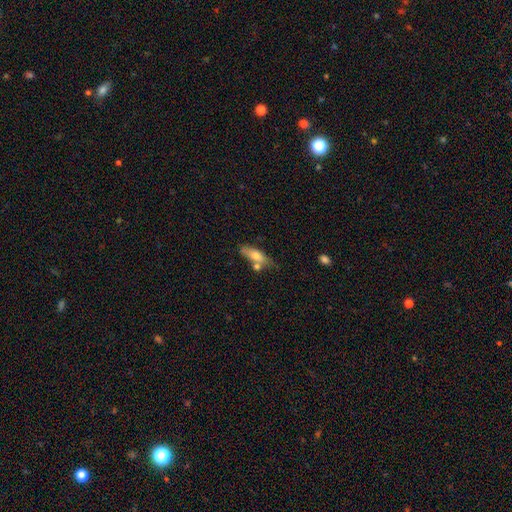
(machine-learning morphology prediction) Overall: smooth (65%; featured or disk 29%). How rounded: in between (54%; cigar-shaped 43%). Merging: none (55%; merger 22%).